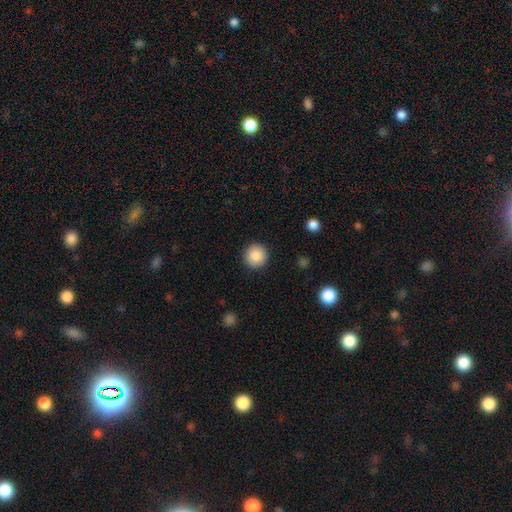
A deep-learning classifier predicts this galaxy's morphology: A smooth galaxy with no disk features (87%) that is round (95%).

Vote fractions:
- Smooth or featured? smooth: 87% / star or artifact: 8% / featured or disk: 4%
- How rounded? round: 95% / in between: 4% / cigar-shaped: 1%
- Merging? none: 92% / minor disturbance: 5% / major disturbance: 2% / merger: 1%